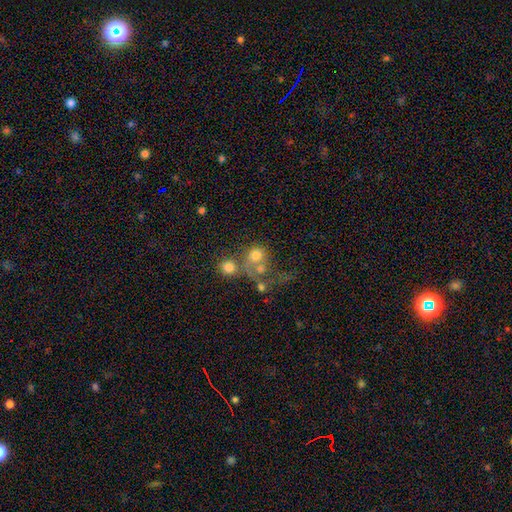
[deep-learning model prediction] The model was most divided on "merging": merger: 46%, none: 30%, major disturbance: 15%, minor disturbance: 9%. More confident: how rounded — round (78%); smooth or featured — smooth (67%).